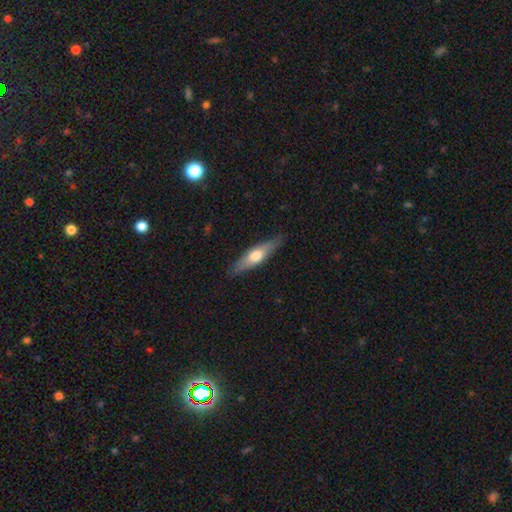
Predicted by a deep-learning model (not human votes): Smooth or featured: smooth — 52% (featured or disk — 43%)
How rounded: cigar-shaped — 69% (in between — 29%)
Merging: none — 86% (minor disturbance — 11%)